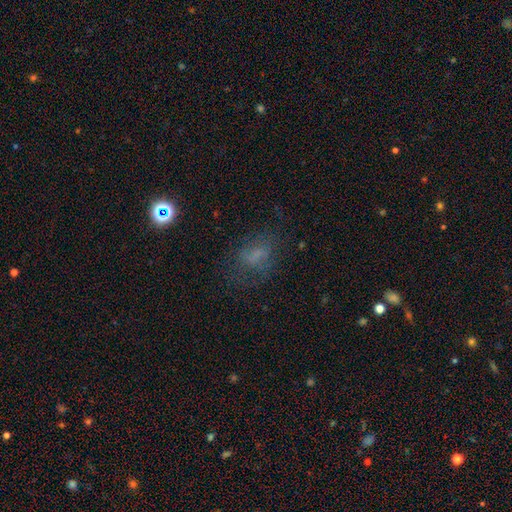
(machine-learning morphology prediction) This appears to be a smooth galaxy with no disk features (49%). Merging: none (59%).